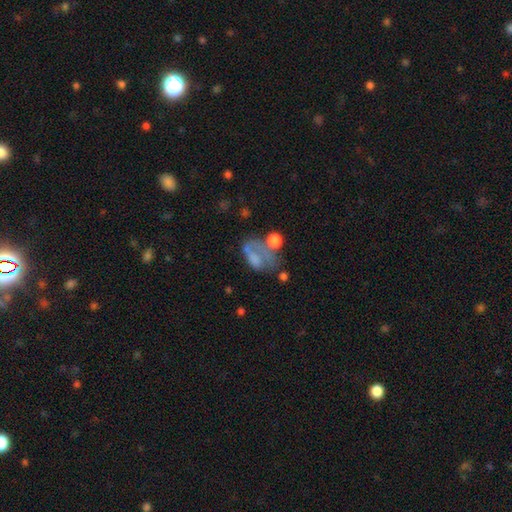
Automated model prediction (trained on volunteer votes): Smooth or featured: smooth — 51% (featured or disk — 33%)
How rounded: in between — 78% (round — 19%)
Merging: major disturbance — 40% (none — 22%)